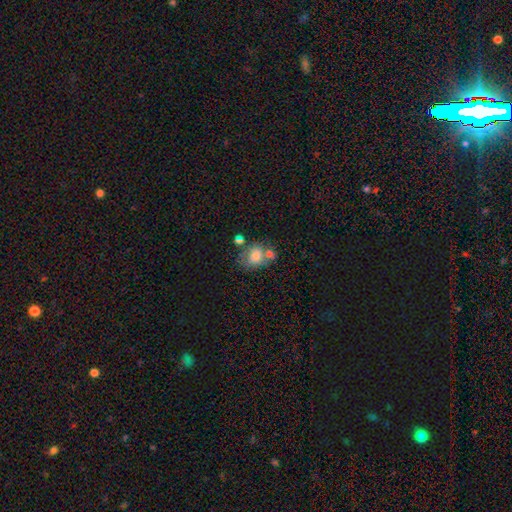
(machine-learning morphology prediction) type=smooth (73%); roundness=in between (55%); merging=none (38%).